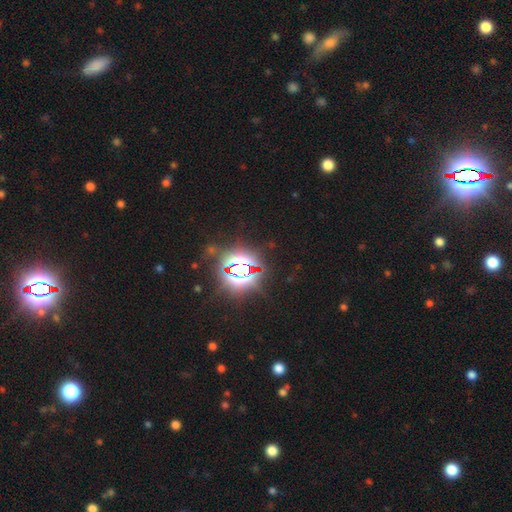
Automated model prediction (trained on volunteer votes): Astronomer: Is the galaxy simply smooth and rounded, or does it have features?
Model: star or artifact — 84%.